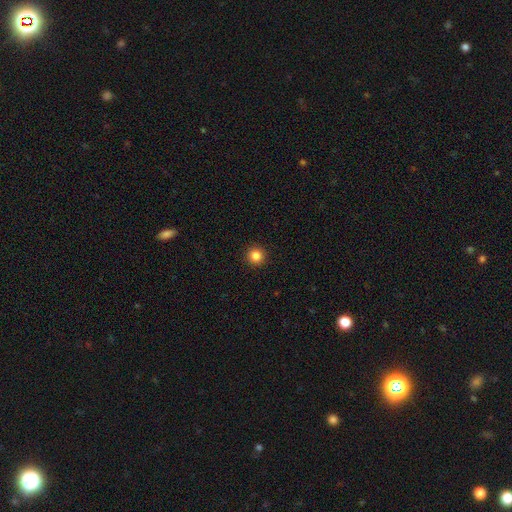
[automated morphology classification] Smooth or featured? Predicted: smooth (p=0.84). How rounded? Predicted: round (p=0.96). Merging? Predicted: none (p=0.93).